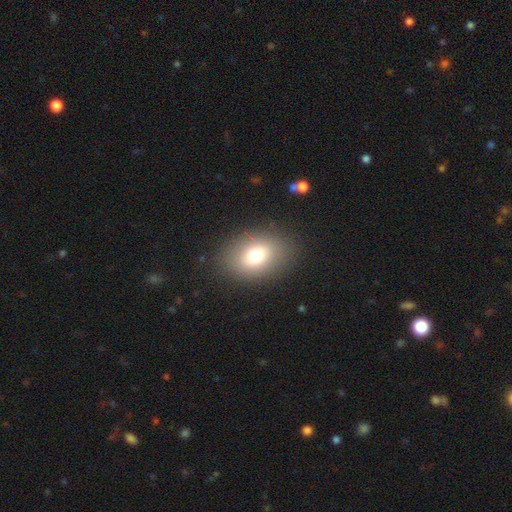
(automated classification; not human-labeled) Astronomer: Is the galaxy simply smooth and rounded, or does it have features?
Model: smooth — 73%.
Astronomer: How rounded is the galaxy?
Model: in between — 71%.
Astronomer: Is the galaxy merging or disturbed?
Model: none — 85%.